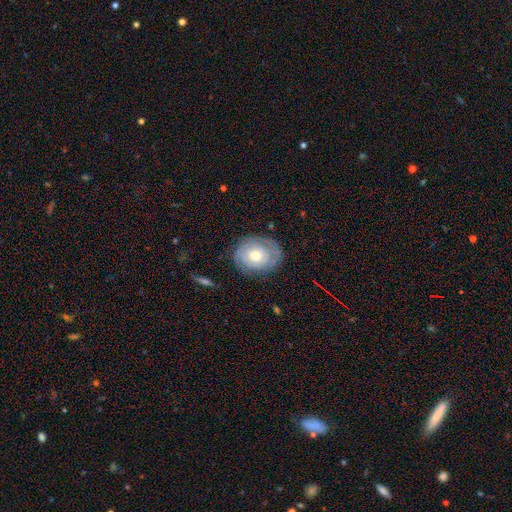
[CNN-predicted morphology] A featured or disk galaxy (62%) with no bar (84%), spiral arms (73%) and a moderate central bulge (69%). Merging: none (78%).